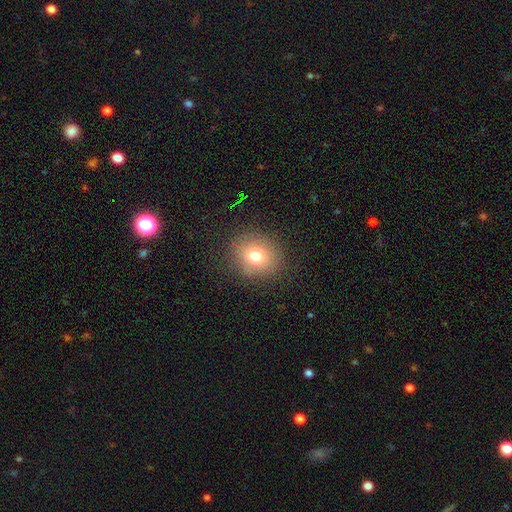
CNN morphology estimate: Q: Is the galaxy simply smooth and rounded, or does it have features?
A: smooth — 75%.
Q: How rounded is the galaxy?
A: round — 74%.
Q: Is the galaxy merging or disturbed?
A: none — 85%.